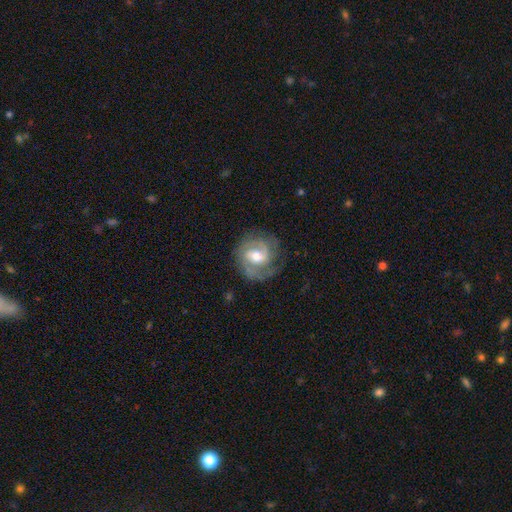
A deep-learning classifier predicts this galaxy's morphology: type=featured or disk (82%); edge-on=no (98%); bar=weak (48%); spiral arms=yes (93%); winding=tight (48%); arm count=2 (66%); bulge=moderate (72%); merging=none (72%).